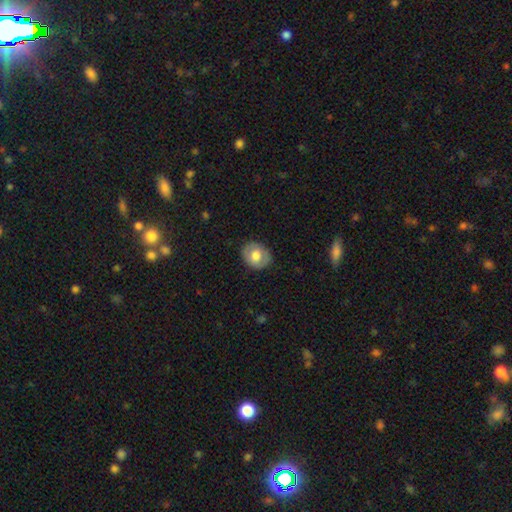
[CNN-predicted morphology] A smooth galaxy with no disk features (63%) that is round (55%).

Vote fractions:
- Smooth or featured? smooth: 63% / featured or disk: 30% / star or artifact: 7%
- How rounded? round: 55% / in between: 44% / cigar-shaped: 1%
- Merging? none: 84% / minor disturbance: 12% / major disturbance: 3% / merger: 1%